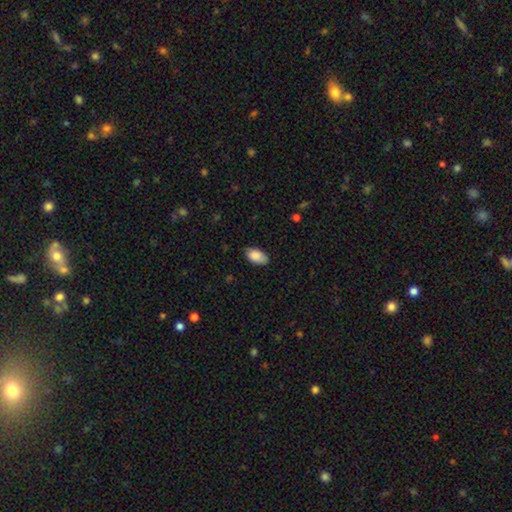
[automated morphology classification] Smooth or featured? smooth (86%)
How rounded? in between (94%)
Merging? none (77%)